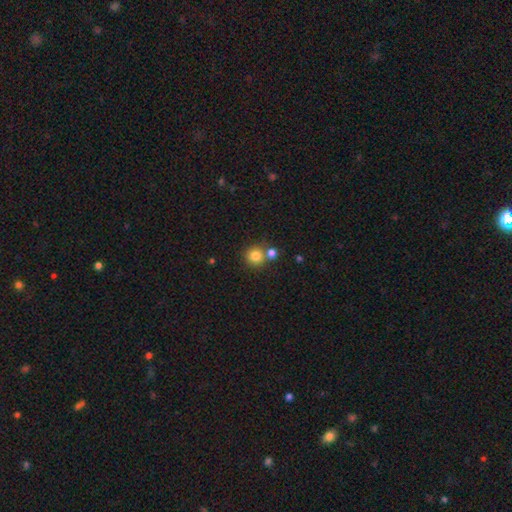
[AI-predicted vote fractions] A smooth galaxy with no disk features (82%) that is round (92%). Merging: none (64%).